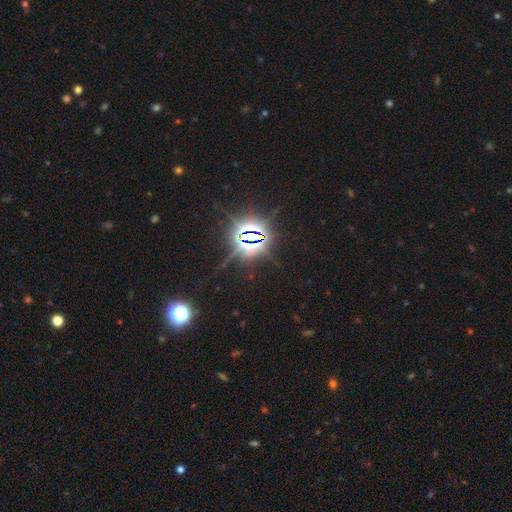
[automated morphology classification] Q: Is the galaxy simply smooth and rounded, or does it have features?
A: star or artifact — 84%.